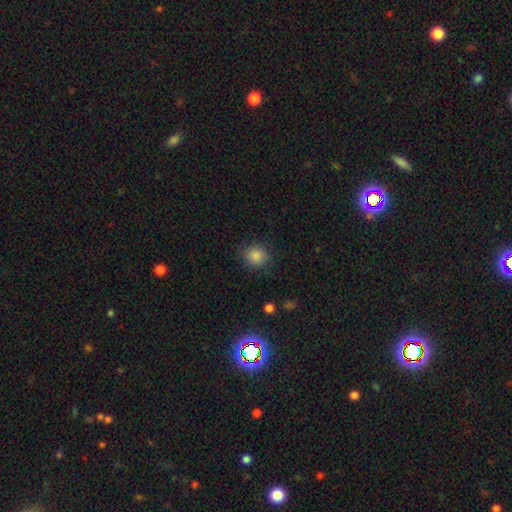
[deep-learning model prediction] Smooth or featured? Predicted: smooth (p=0.84). How rounded? Predicted: round (p=0.88). Merging? Predicted: none (p=0.83).